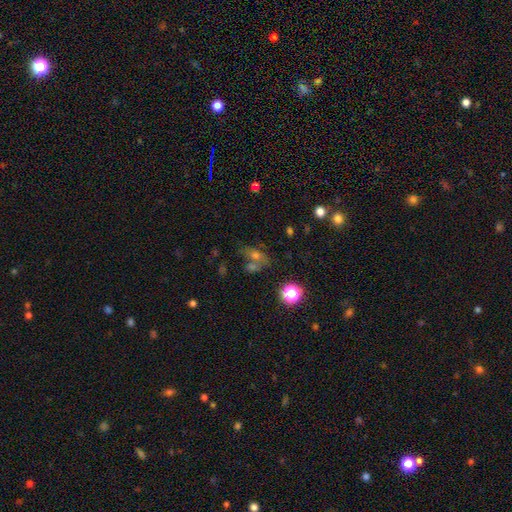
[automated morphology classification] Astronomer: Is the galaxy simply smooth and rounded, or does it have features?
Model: smooth — 48% (runner-up: star or artifact, 32%).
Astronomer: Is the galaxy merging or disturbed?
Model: none — 41% (runner-up: merger, 38%).